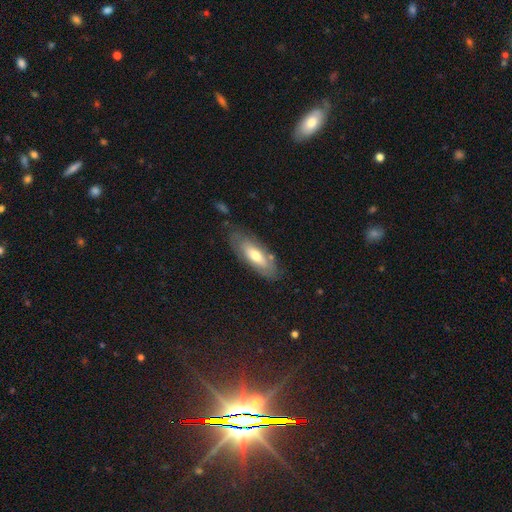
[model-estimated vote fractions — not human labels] This is possibly a smooth galaxy (56%). How rounded: likely in between (72%). Merging: likely none (75%).